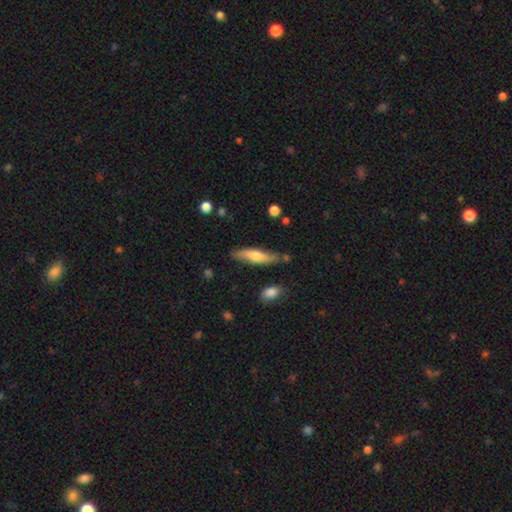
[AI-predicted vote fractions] Smooth or featured? Predicted: smooth (p=0.58). How rounded? Predicted: cigar-shaped (p=0.70). Merging? Predicted: none (p=0.74).